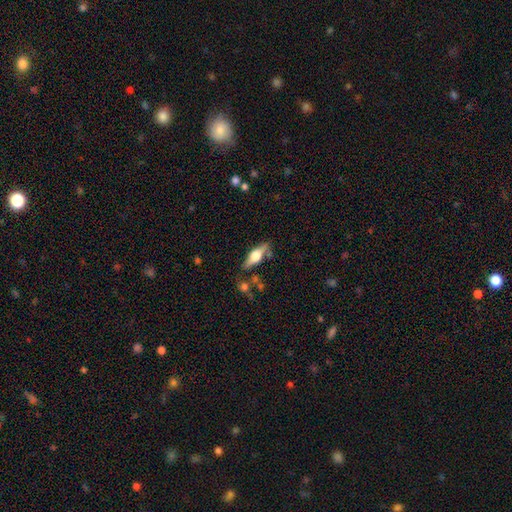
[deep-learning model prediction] This is possibly a featured or disk galaxy (59%). It is clearly viewed edge-on (92%). Edge-on bulge: clearly rounded (94%). Merging: likely none (77%).